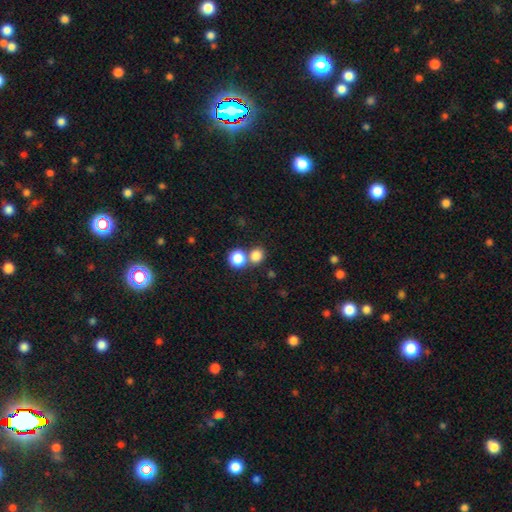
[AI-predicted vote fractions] Smooth or featured: smooth — 81% (star or artifact — 13%)
How rounded: round — 81% (in between — 18%)
Merging: none — 56% (merger — 34%)